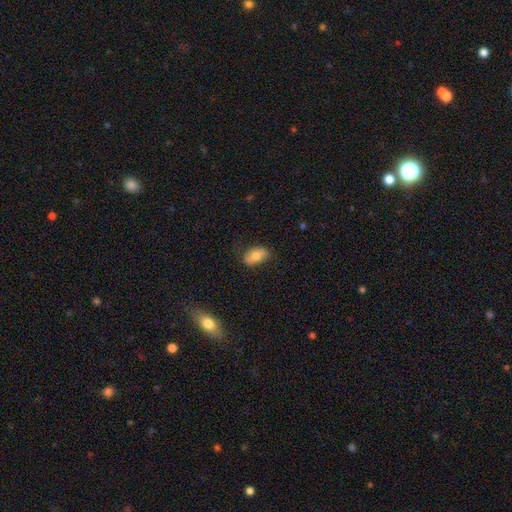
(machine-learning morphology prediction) Smooth or featured?
  - smooth: 74% *
  - featured or disk: 19%
  - star or artifact: 8%
How rounded?
  - in between: 89% *
  - round: 9%
  - cigar-shaped: 2%
Merging?
  - none: 76% *
  - minor disturbance: 18%
  - major disturbance: 4%
  - merger: 1%